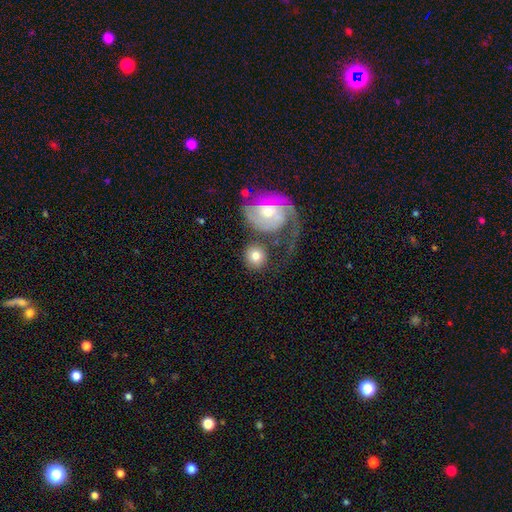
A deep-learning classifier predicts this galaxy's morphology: The model was most divided on "merging": none: 66%, merger: 16%, minor disturbance: 10%, major disturbance: 7%. More confident: how rounded — round (88%); smooth or featured — smooth (73%).